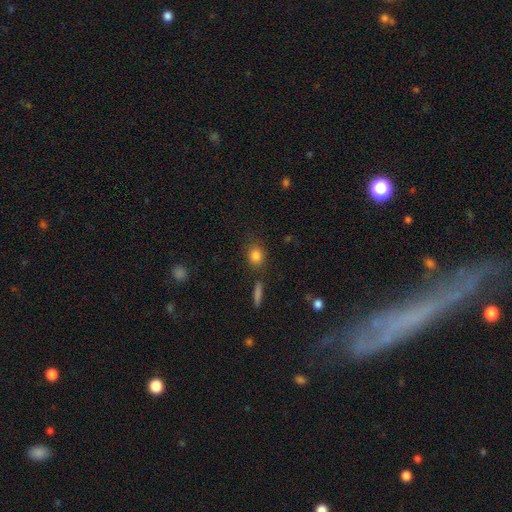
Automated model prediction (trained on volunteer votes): smooth-or-featured: smooth: 83% | star or artifact: 10% | featured or disk: 7%
  how-rounded: round: 59% | in between: 38% | cigar-shaped: 3%
  merging: none: 80% | minor disturbance: 11% | merger: 5% | major disturbance: 4%